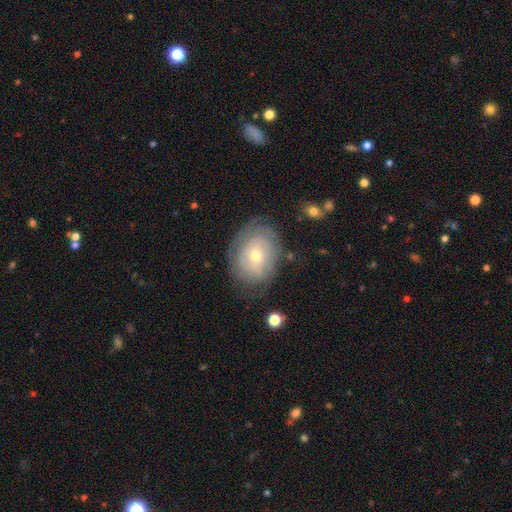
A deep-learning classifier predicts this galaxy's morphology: Smooth or featured?
  - featured or disk: 61% *
  - smooth: 31%
  - star or artifact: 8%
Edge-on disk?
  - no: 95% *
  - yes: 5%
Bar?
  - no: 75% *
  - weak: 21%
  - strong: 4%
Spiral arms?
  - yes: 74% *
  - no: 26%
Bulge size?
  - small: 50% *
  - moderate: 46%
  - large: 2%
  - none: 1%
  - dominant: 1%
Merging?
  - none: 71% *
  - minor disturbance: 20%
  - major disturbance: 8%
  - merger: 2%